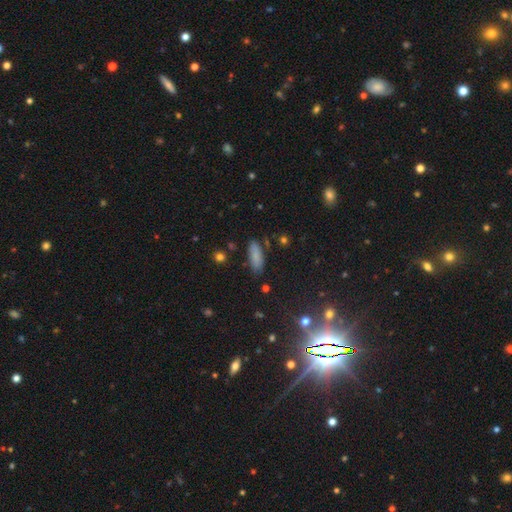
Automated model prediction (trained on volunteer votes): This appears to be a smooth galaxy with no disk features (80%) that is in between round and cigar-shaped (65%). Merging: none (79%).